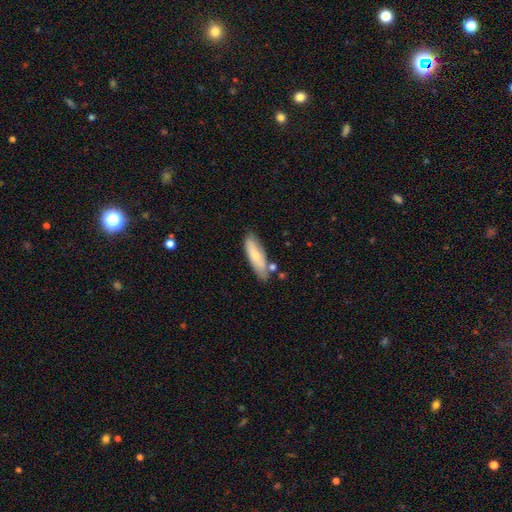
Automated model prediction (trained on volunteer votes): Q: Smooth or featured?
A: smooth (70%); runner-up: featured or disk (24%)
Q: How rounded?
A: cigar-shaped (50%); runner-up: in between (48%)
Q: Merging?
A: none (69%); runner-up: minor disturbance (19%)